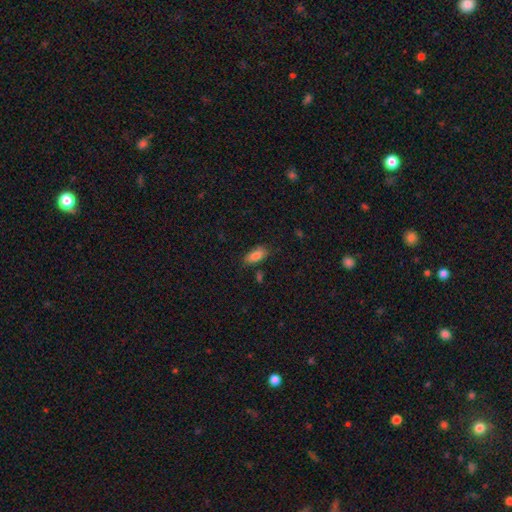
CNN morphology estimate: smooth-or-featured: smooth: 84% | featured or disk: 9% | star or artifact: 8%
  how-rounded: in between: 89% | cigar-shaped: 8% | round: 3%
  merging: none: 78% | minor disturbance: 16% | major disturbance: 3% | merger: 3%